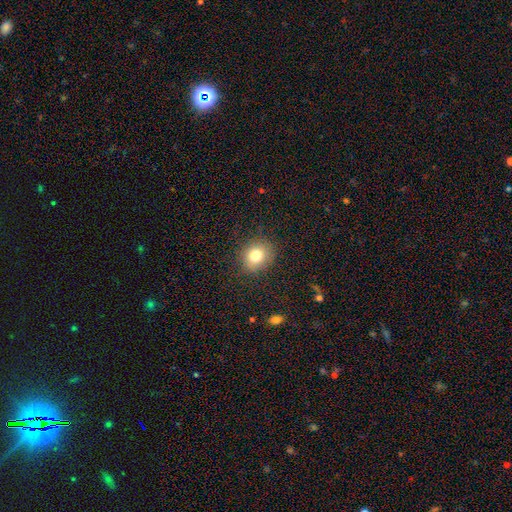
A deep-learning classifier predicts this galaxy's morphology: smooth 80%, star or artifact 11%, featured or disk 9%. Down the decision tree: how rounded — round (70%); merging — none (86%).